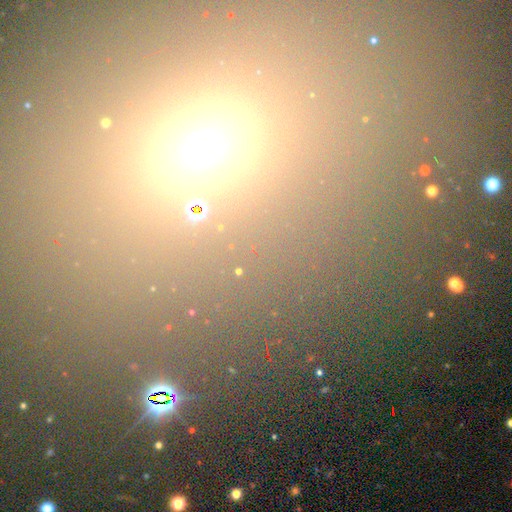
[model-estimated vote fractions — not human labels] Smooth or featured?
  - star or artifact: 52% *
  - smooth: 37%
  - featured or disk: 11%